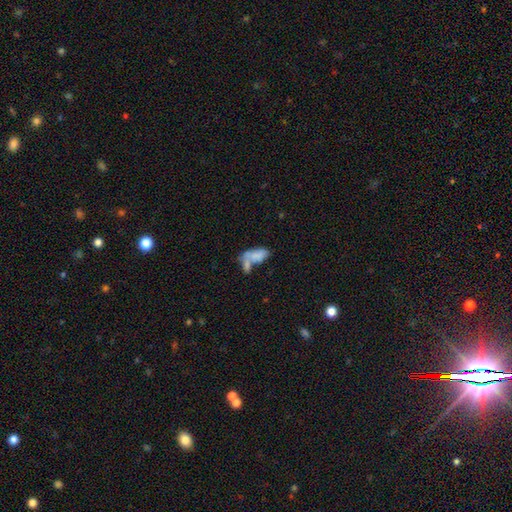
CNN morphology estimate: Overall: smooth (68%). How rounded: in between (88%). Merging: merger (54%; none 21%).